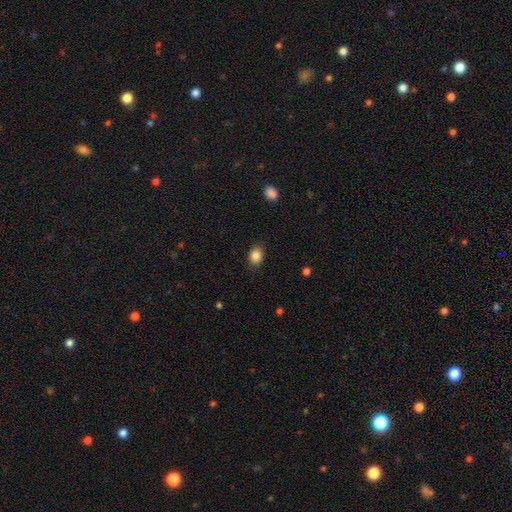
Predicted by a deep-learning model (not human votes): smooth-or-featured: smooth: 86% | star or artifact: 9% | featured or disk: 5%
  how-rounded: in between: 69% | round: 30% | cigar-shaped: 1%
  merging: none: 85% | minor disturbance: 11% | major disturbance: 3% | merger: 1%